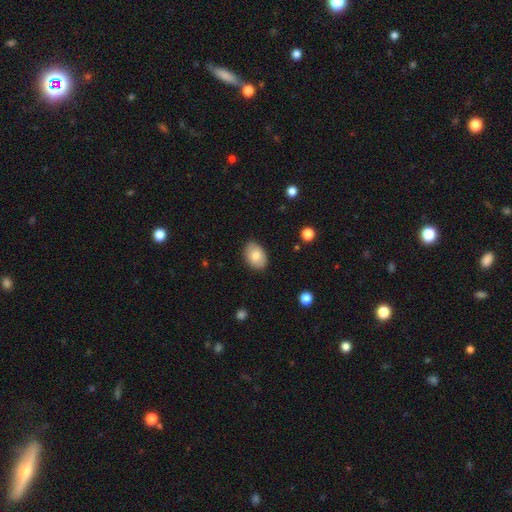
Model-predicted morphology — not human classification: Smooth or featured?
  - smooth: 81% *
  - featured or disk: 12%
  - star or artifact: 7%
How rounded?
  - in between: 85% *
  - round: 14%
  - cigar-shaped: 1%
Merging?
  - none: 86% *
  - minor disturbance: 11%
  - major disturbance: 2%
  - merger: 1%